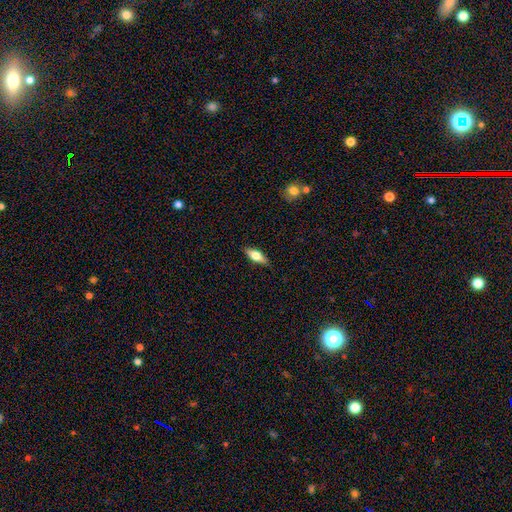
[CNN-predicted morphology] Smooth or featured? Predicted: smooth (p=0.65). How rounded? Predicted: in between (p=0.70). Merging? Predicted: none (p=0.86).